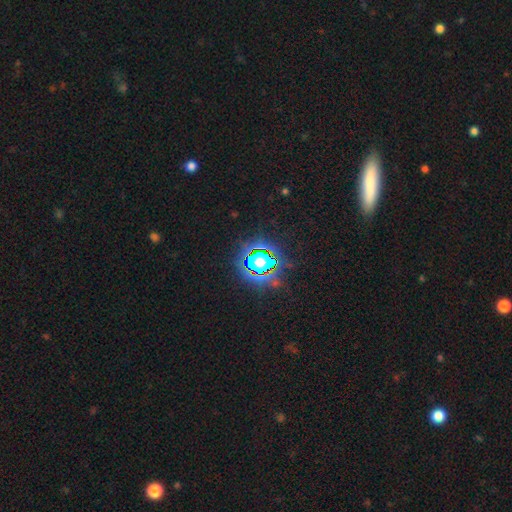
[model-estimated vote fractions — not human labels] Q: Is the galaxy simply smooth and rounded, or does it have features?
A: star or artifact — 75%.